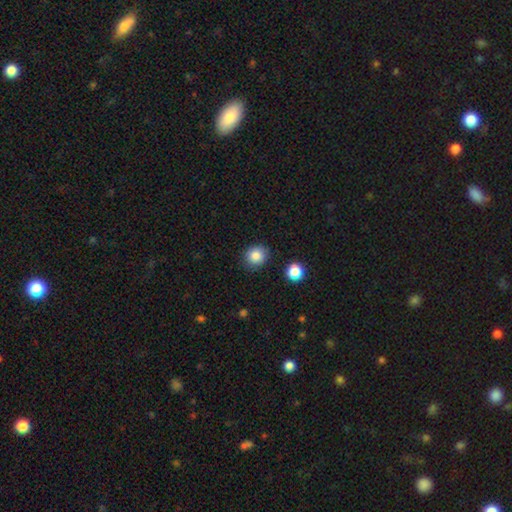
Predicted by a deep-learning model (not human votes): This appears to be a smooth galaxy with no disk features (85%) that is round (82%). Merging: none (85%).